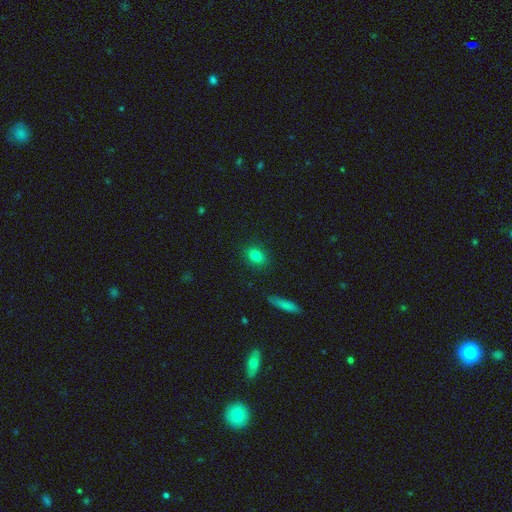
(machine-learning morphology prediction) Smooth or featured: smooth — 80% (star or artifact — 11%)
How rounded: in between — 51% (round — 46%)
Merging: none — 88% (minor disturbance — 8%)